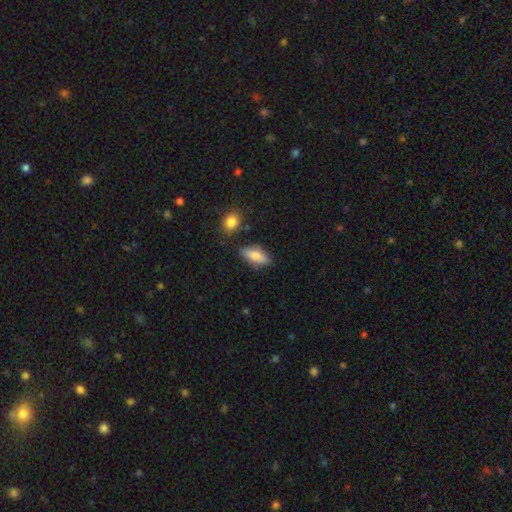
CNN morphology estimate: Overall: smooth (81%). How rounded: in between (82%). Merging: none (78%).